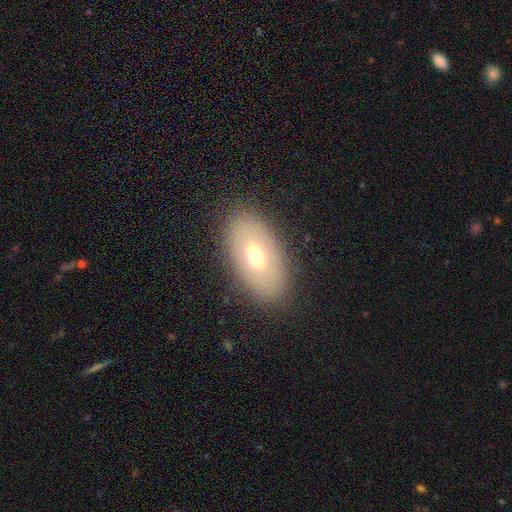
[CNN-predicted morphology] Smooth or featured?
  - smooth: 60% *
  - featured or disk: 30%
  - star or artifact: 9%
How rounded?
  - in between: 89% *
  - round: 9%
  - cigar-shaped: 2%
Merging?
  - none: 85% *
  - minor disturbance: 10%
  - major disturbance: 4%
  - merger: 1%